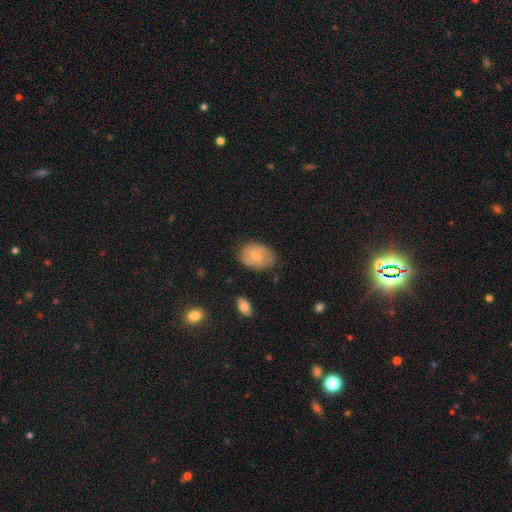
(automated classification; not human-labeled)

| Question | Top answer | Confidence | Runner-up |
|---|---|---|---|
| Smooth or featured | smooth | 60% | featured or disk (34%) |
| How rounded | in between | 75% | round (24%) |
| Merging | none | 75% | minor disturbance (19%) |